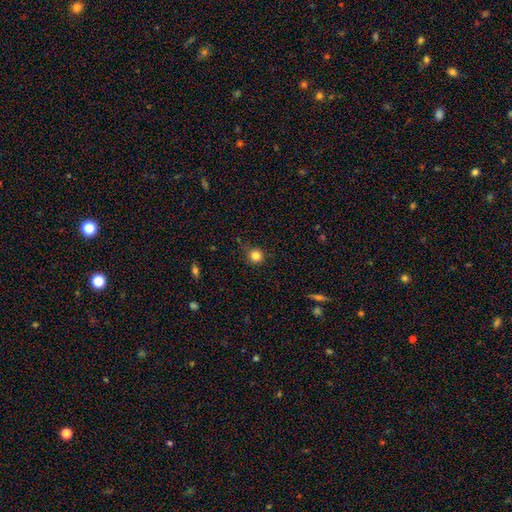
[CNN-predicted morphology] This appears to be a smooth galaxy with no disk features (84%) that is round (93%). Merging: none (85%).